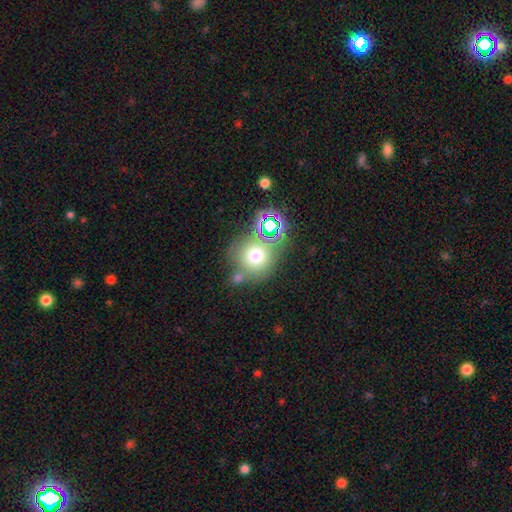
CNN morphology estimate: Q: Smooth or featured?
A: smooth (67%); runner-up: star or artifact (21%)
Q: How rounded?
A: round (85%); runner-up: in between (14%)
Q: Merging?
A: none (61%); runner-up: merger (20%)